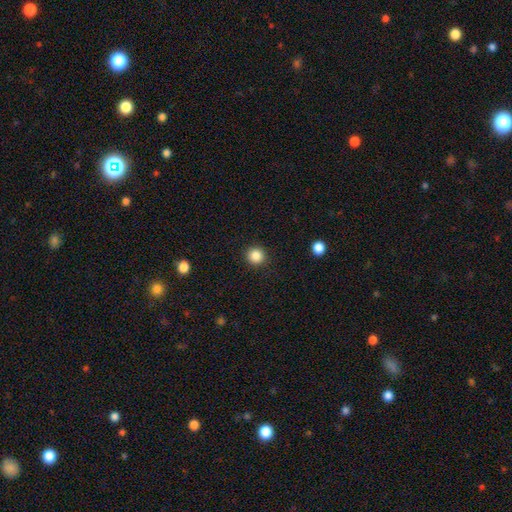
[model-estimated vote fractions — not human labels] Q: Smooth or featured?
A: smooth (86%); runner-up: star or artifact (11%)
Q: How rounded?
A: round (93%); runner-up: in between (6%)
Q: Merging?
A: none (92%); runner-up: minor disturbance (5%)